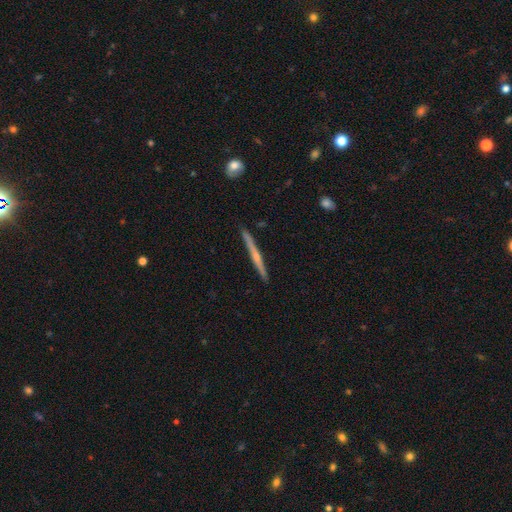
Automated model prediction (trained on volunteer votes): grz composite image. It shows a featured or disk galaxy (68%) viewed edge-on (98%) with a rounded central bulge (63%). Merging: none (91%).